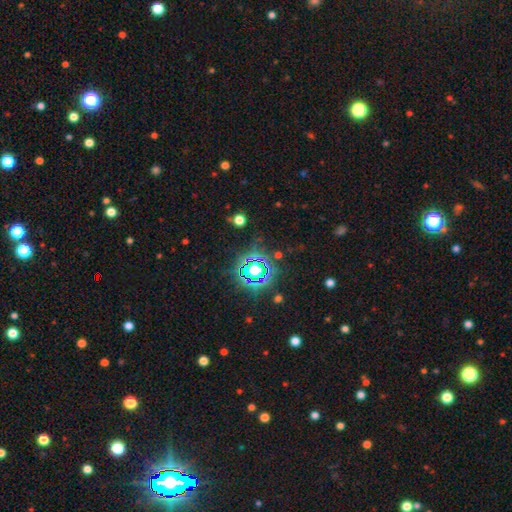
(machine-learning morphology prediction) This is clearly a star or artifact rather than a galaxy (80%).